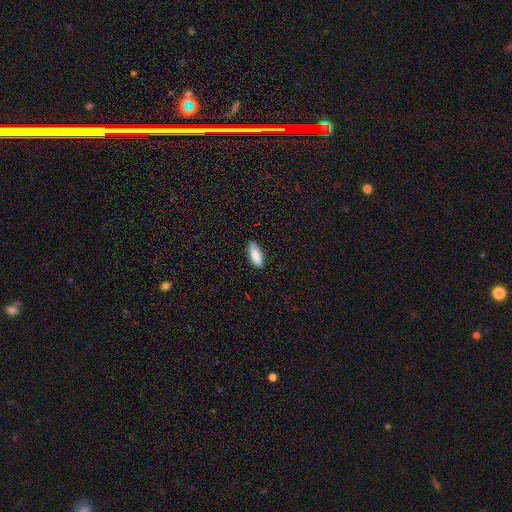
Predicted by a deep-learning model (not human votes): smooth_or_featured: smooth (p=0.87) [alt: featured or disk p=0.06]
how_rounded: in between (p=0.75) [alt: cigar-shaped p=0.23]
merging: none (p=0.80) [alt: minor disturbance p=0.16]